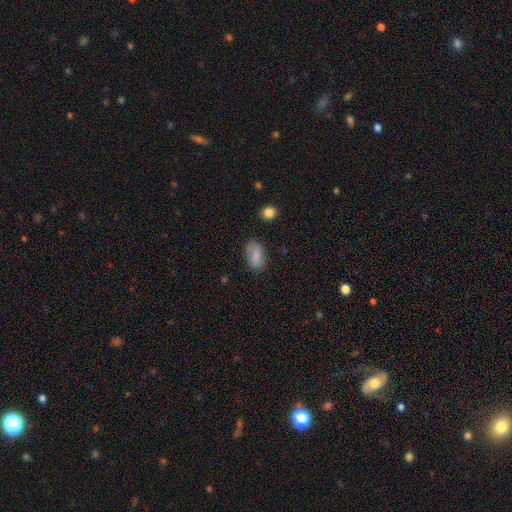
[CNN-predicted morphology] smooth_or_featured: smooth (p=0.84) [alt: star or artifact p=0.08]
how_rounded: in between (p=0.90) [alt: cigar-shaped p=0.05]
merging: none (p=0.74) [alt: minor disturbance p=0.19]